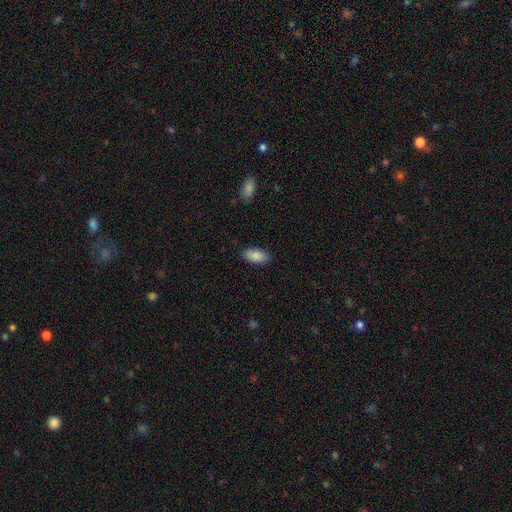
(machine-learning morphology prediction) The model was most divided on "merging": none: 88%, minor disturbance: 9%, major disturbance: 2%, merger: 1%. More confident: how rounded — in between (93%); smooth or featured — smooth (87%).